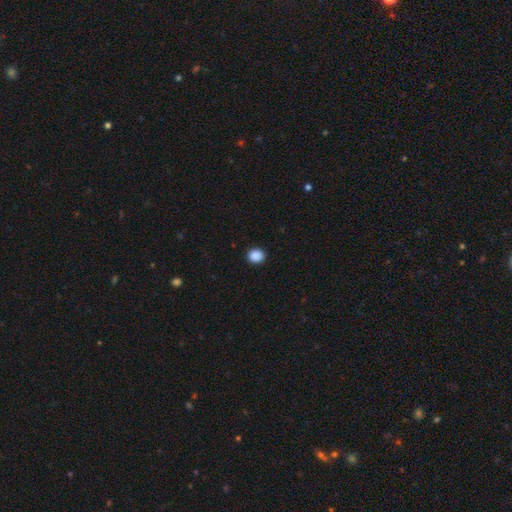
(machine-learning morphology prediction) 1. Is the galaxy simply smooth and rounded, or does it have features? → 89% smooth, 9% star or artifact, 2% featured or disk.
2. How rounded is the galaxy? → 81% round, 18% in between, 1% cigar-shaped.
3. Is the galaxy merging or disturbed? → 92% none, 6% minor disturbance, 2% major disturbance, 1% merger.